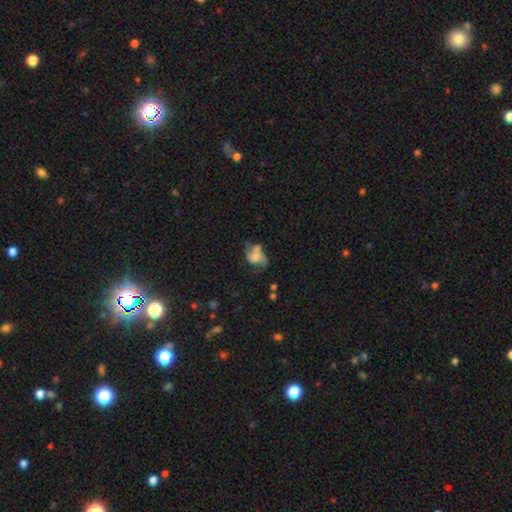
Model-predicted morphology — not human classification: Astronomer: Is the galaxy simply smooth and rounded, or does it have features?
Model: featured or disk — 49% (runner-up: smooth, 40%).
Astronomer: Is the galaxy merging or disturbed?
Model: none — 32% (runner-up: major disturbance, 29%).